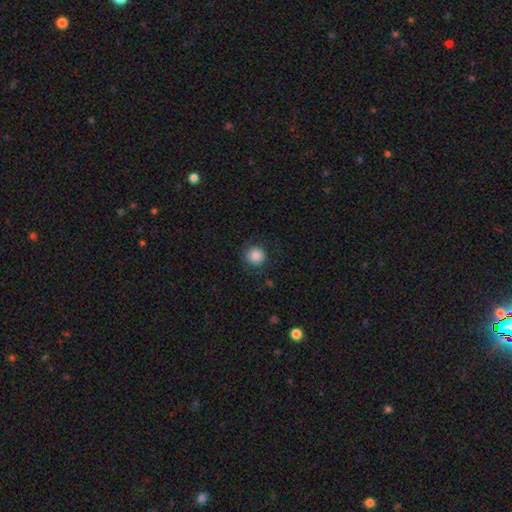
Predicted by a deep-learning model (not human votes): Smooth or featured? Predicted: smooth (p=0.87). How rounded? Predicted: round (p=0.94). Merging? Predicted: none (p=0.85).